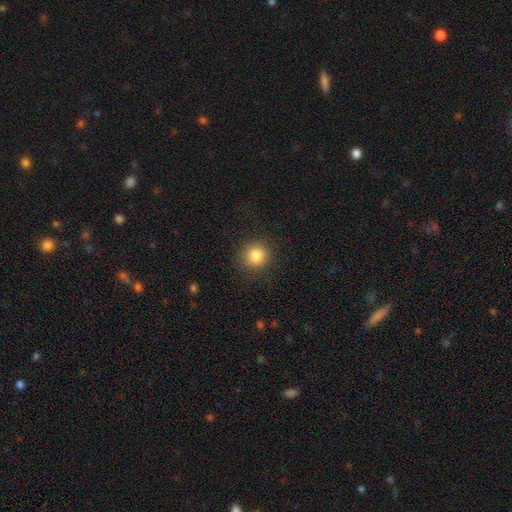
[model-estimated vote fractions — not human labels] The model was most divided on "smooth or featured": smooth: 83%, star or artifact: 11%, featured or disk: 6%. More confident: how rounded — round (92%); merging — none (89%).